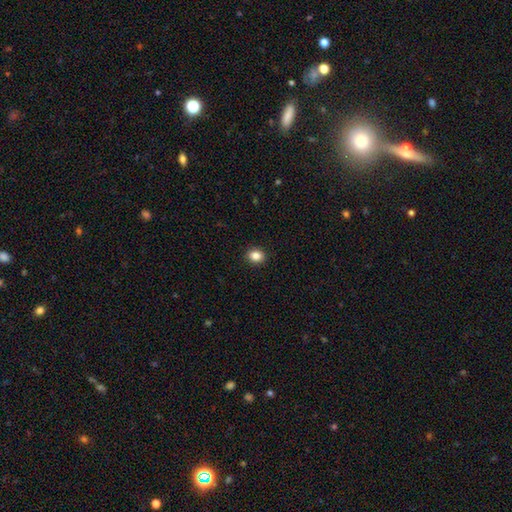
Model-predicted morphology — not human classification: Smooth or featured? smooth (86%)
How rounded? round (60%)
Merging? none (91%)